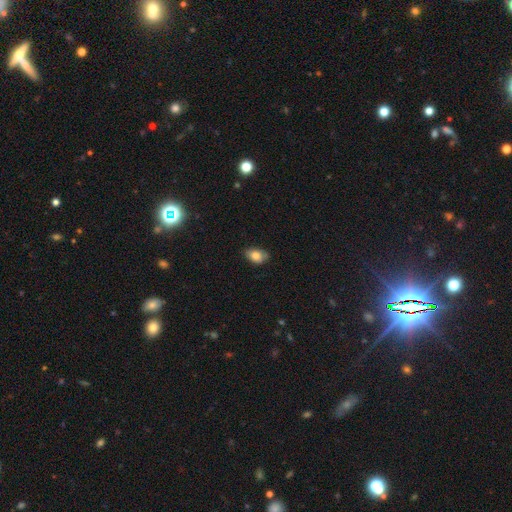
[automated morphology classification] Smooth or featured: smooth — 83% (featured or disk — 9%)
How rounded: in between — 88% (round — 11%)
Merging: none — 78% (minor disturbance — 18%)